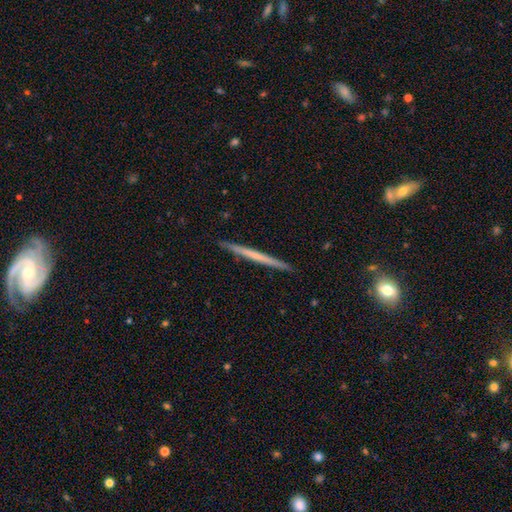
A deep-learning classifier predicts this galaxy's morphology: Q: Smooth or featured?
A: featured or disk (52%); runner-up: smooth (42%)
Q: Edge-on disk?
A: yes (98%); runner-up: no (2%)
Q: Edge-on bulge?
A: none (88%); runner-up: rounded (9%)
Q: Merging?
A: none (92%); runner-up: minor disturbance (6%)